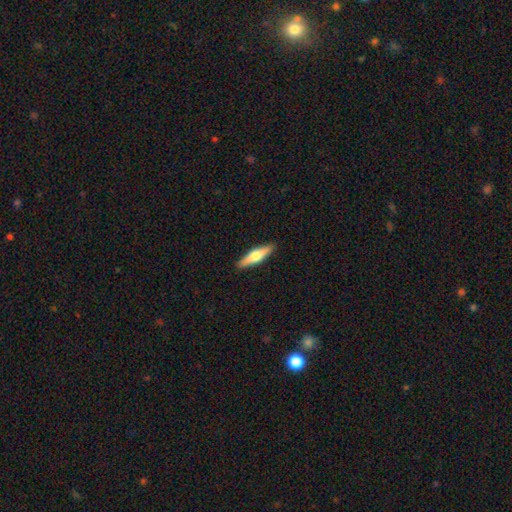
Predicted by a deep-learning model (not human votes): Smooth or featured: featured or disk — 49% (smooth — 46%)
Merging: none — 91% (minor disturbance — 7%)